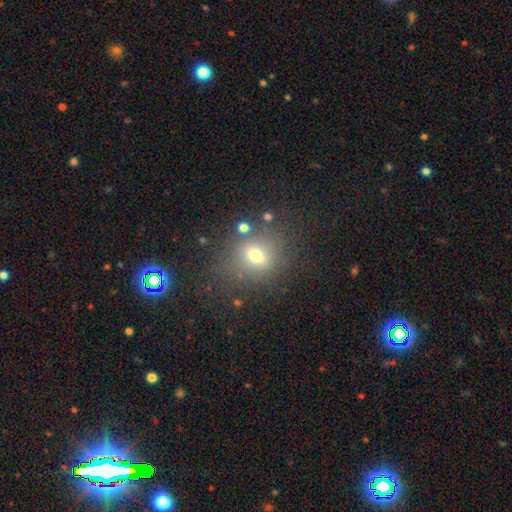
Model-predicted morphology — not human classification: Smooth or featured?
  - smooth: 66% *
  - star or artifact: 20%
  - featured or disk: 14%
How rounded?
  - round: 72% *
  - in between: 27%
  - cigar-shaped: 1%
Merging?
  - none: 75% *
  - minor disturbance: 13%
  - major disturbance: 7%
  - merger: 5%